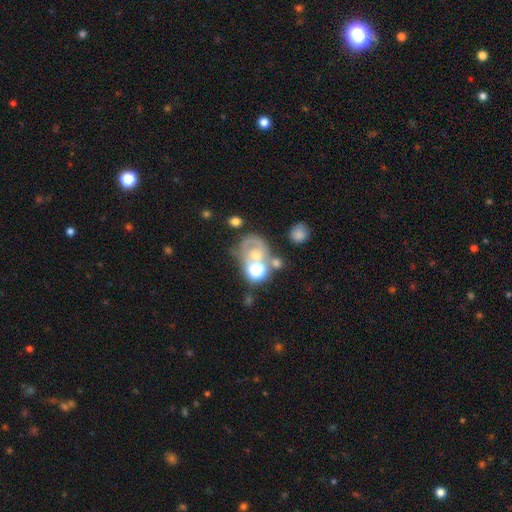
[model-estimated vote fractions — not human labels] smooth-or-featured: featured or disk: 45% | smooth: 32% | star or artifact: 24%
  merging: none: 41% | merger: 26% | major disturbance: 17% | minor disturbance: 16%